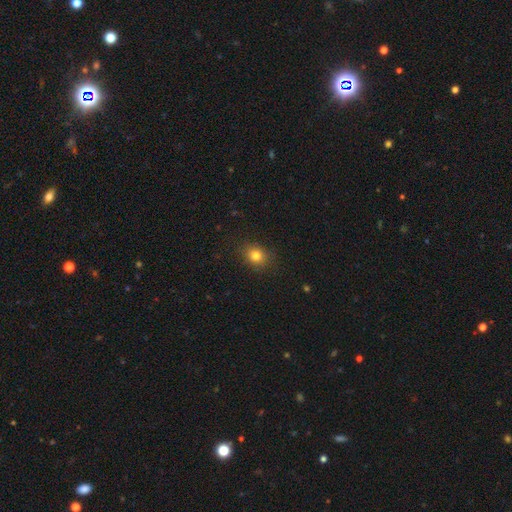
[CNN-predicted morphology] type=smooth (81%); roundness=round (63%); merging=none (87%).